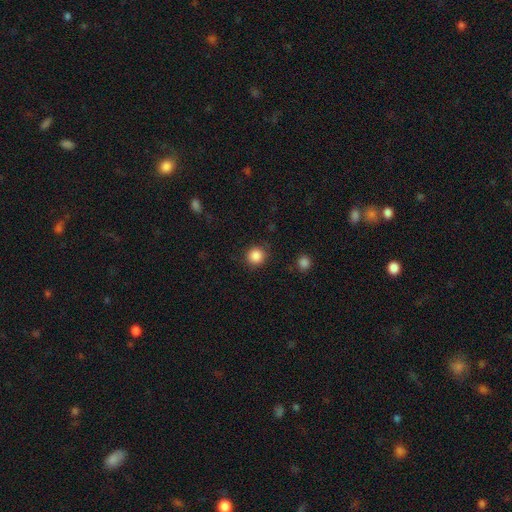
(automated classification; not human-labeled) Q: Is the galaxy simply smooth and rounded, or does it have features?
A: smooth — 87%.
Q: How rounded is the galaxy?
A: round — 94%.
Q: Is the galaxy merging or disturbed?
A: none — 89%.